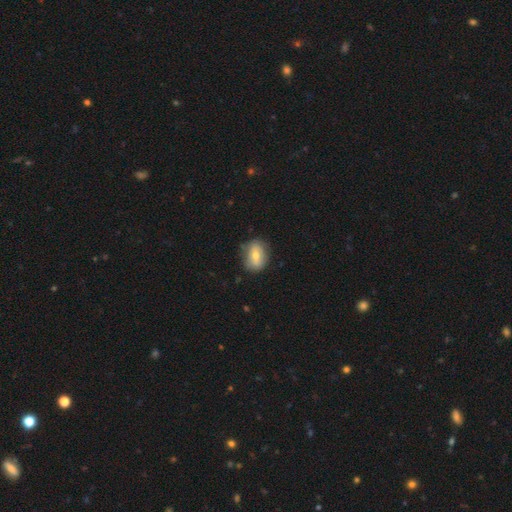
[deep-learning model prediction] Smooth or featured?
  - smooth: 62% *
  - featured or disk: 30%
  - star or artifact: 7%
How rounded?
  - in between: 71% *
  - round: 28%
  - cigar-shaped: 2%
Merging?
  - none: 73% *
  - minor disturbance: 21%
  - major disturbance: 5%
  - merger: 2%